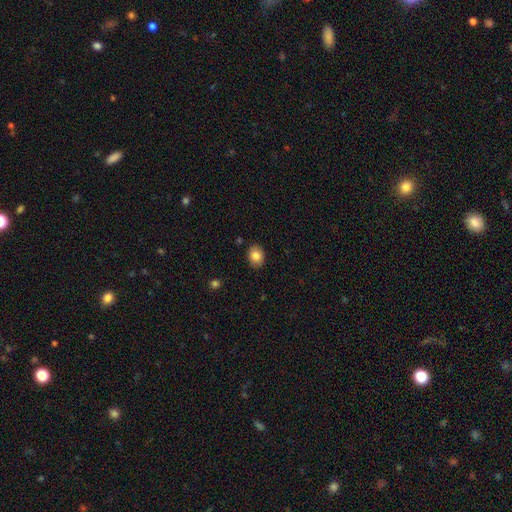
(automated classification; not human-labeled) Overall: smooth (84%). How rounded: in between (57%; round 42%). Merging: none (87%).